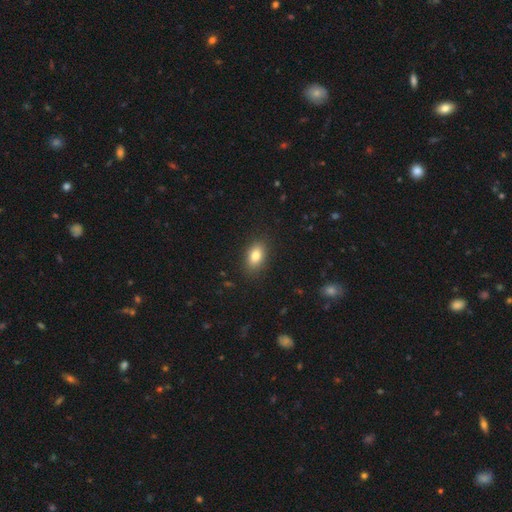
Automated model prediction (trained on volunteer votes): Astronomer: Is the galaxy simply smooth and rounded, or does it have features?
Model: smooth — 81%.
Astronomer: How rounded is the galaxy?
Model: in between — 86%.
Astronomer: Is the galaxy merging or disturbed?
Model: none — 87%.